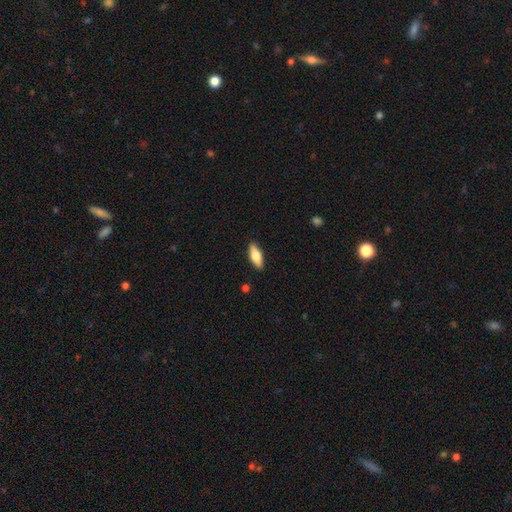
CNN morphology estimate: smooth 65%, featured or disk 29%, star or artifact 6%. Down the decision tree: how rounded — in between (64%); merging — none (88%).